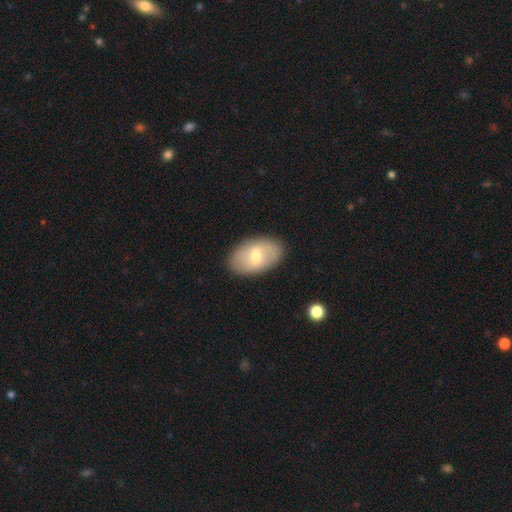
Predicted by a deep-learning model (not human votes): smooth_or_featured: smooth (p=0.61) [alt: featured or disk p=0.33]
how_rounded: in between (p=0.92) [alt: round p=0.06]
merging: none (p=0.88) [alt: minor disturbance p=0.09]